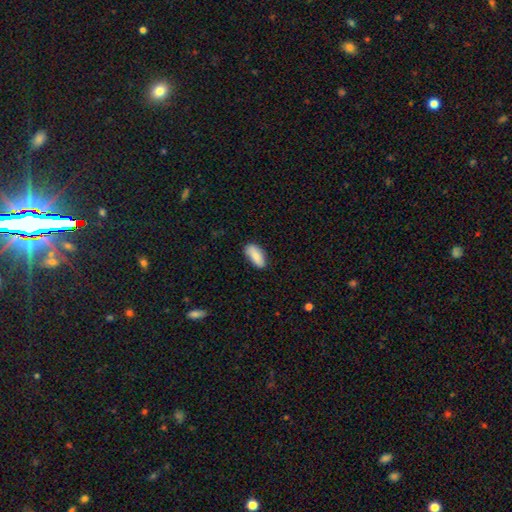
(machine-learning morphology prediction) Smooth or featured?
  - smooth: 85% *
  - featured or disk: 8%
  - star or artifact: 6%
How rounded?
  - in between: 85% *
  - cigar-shaped: 12%
  - round: 2%
Merging?
  - none: 79% *
  - minor disturbance: 16%
  - major disturbance: 3%
  - merger: 1%